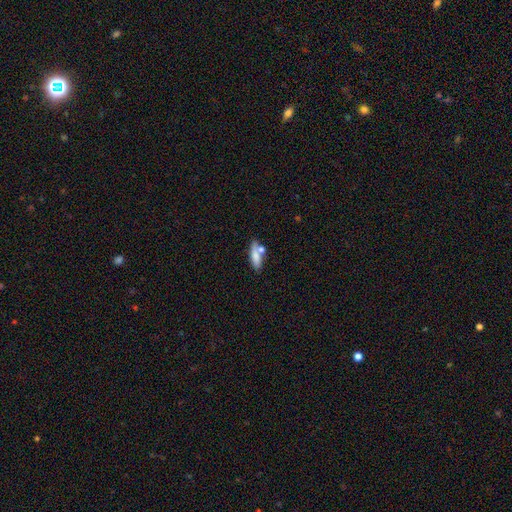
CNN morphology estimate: smooth_or_featured: smooth (p=0.73) [alt: featured or disk p=0.19]
how_rounded: in between (p=0.50) [alt: cigar-shaped p=0.46]
merging: none (p=0.57) [alt: merger p=0.24]